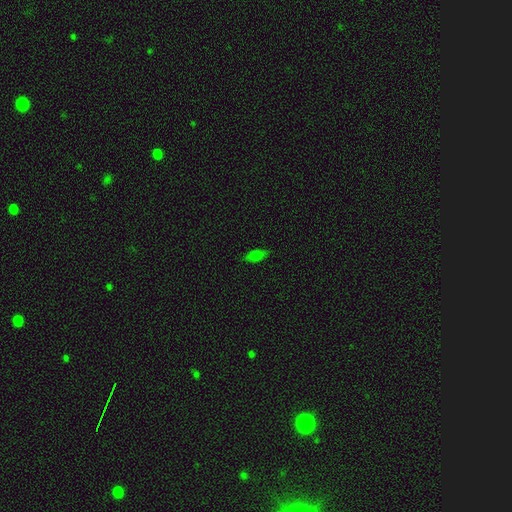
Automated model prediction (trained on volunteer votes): smooth_or_featured: smooth (p=0.63) [alt: featured or disk p=0.24]
how_rounded: in between (p=0.73) [alt: cigar-shaped p=0.20]
merging: none (p=0.84) [alt: minor disturbance p=0.13]